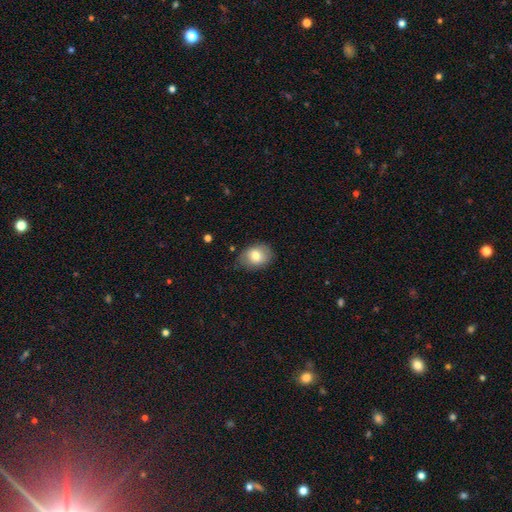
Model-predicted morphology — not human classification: This appears to be a smooth galaxy with no disk features (76%) that is in between round and cigar-shaped (67%). Merging: none (76%).